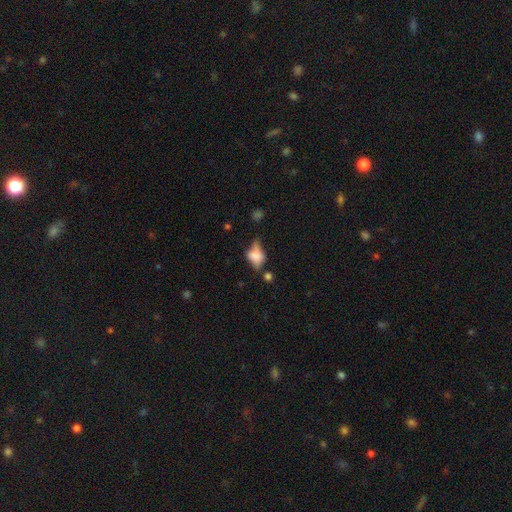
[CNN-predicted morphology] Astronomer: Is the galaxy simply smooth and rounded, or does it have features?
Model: smooth — 56% (runner-up: featured or disk, 33%).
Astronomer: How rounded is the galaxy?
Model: in between — 74%.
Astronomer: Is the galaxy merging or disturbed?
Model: none — 44% (runner-up: minor disturbance, 28%).